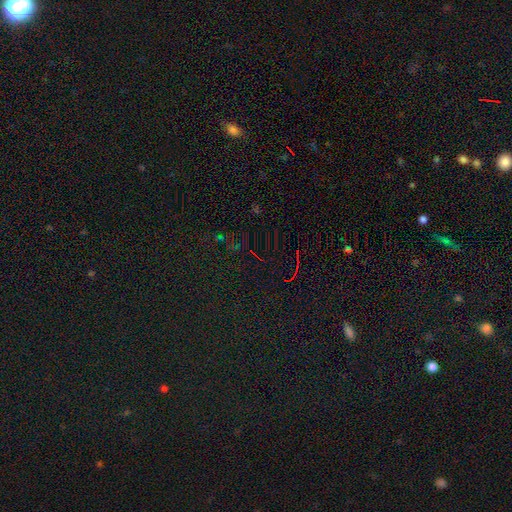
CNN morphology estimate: Smooth or featured?
  - star or artifact: 76% *
  - smooth: 14%
  - featured or disk: 10%